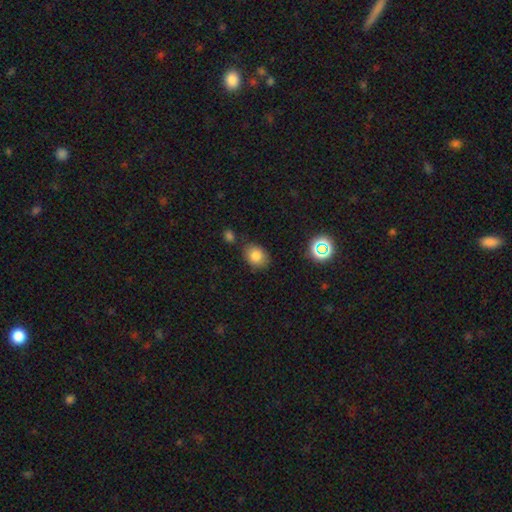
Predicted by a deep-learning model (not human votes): Smooth or featured? Predicted: smooth (p=0.80). How rounded? Predicted: in between (p=0.56). Merging? Predicted: none (p=0.73).